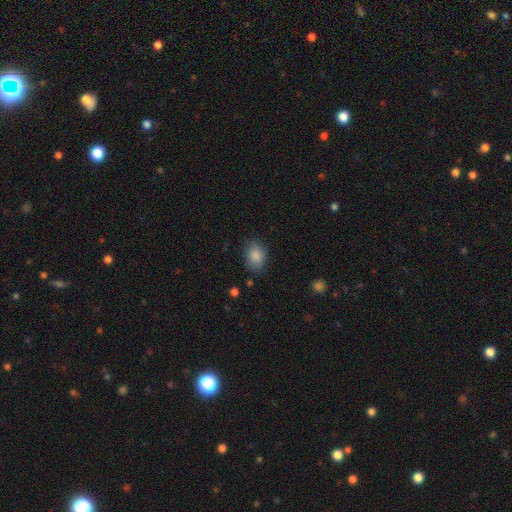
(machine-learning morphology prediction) smooth 86%, star or artifact 7%, featured or disk 7%. Down the decision tree: how rounded — in between (72%); merging — none (75%).